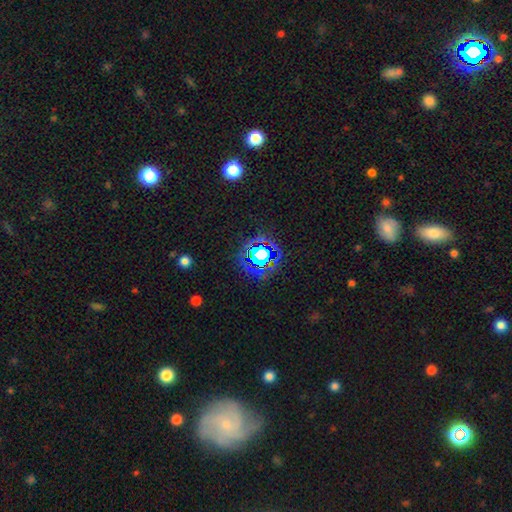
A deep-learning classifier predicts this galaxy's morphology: A star or artifact, not a galaxy (60%).

Vote fractions:
- Smooth or featured? star or artifact: 60% / featured or disk: 21% / smooth: 19%